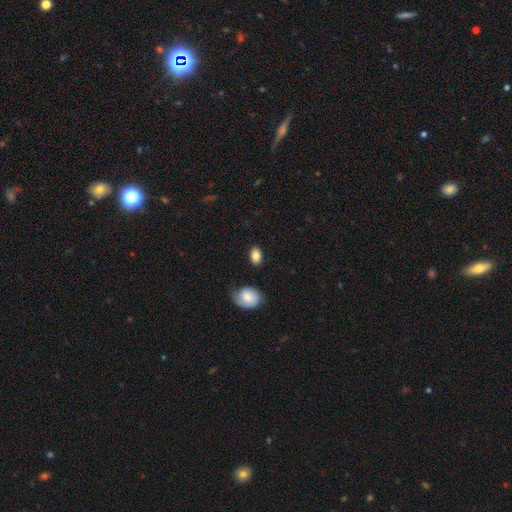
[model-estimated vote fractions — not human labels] smooth 85%, featured or disk 8%, star or artifact 7%. Down the decision tree: how rounded — in between (84%); merging — none (83%).